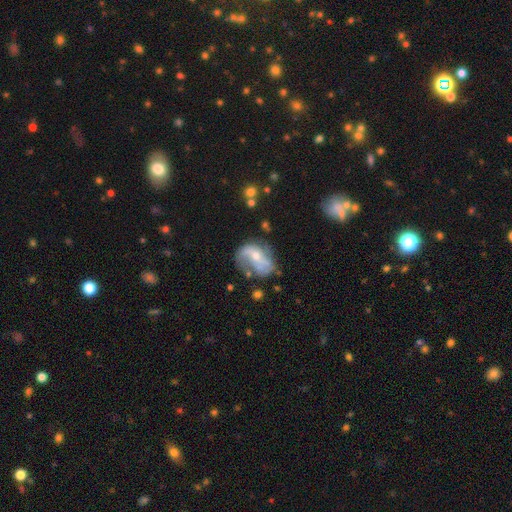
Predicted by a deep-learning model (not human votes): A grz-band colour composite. It shows a featured or disk galaxy (69%) with no bar (49%), 2 (65%) loose (50%) spiral arms (79%) and a small central bulge (54%). Merging: none (45%).